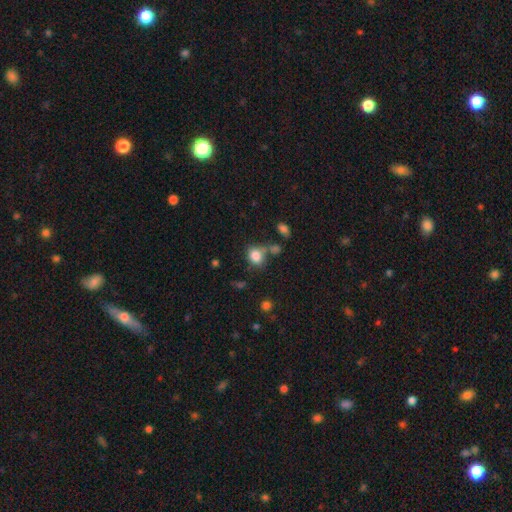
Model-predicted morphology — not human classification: smooth_or_featured: smooth (p=0.82) [alt: star or artifact p=0.11]
how_rounded: round (p=0.55) [alt: in between p=0.44]
merging: none (p=0.54) [alt: merger p=0.20]